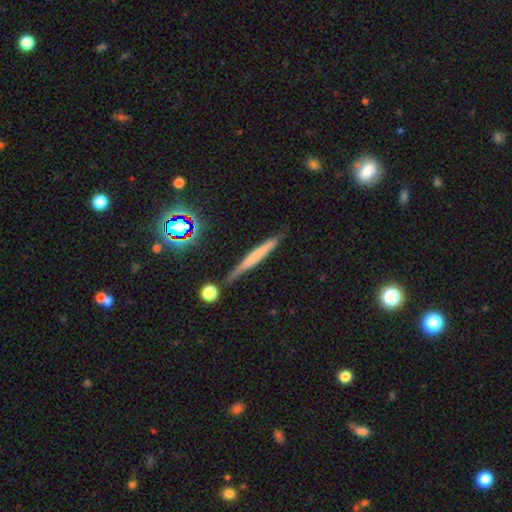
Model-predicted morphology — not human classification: The model was most divided on "smooth or featured": smooth: 55%, featured or disk: 35%, star or artifact: 10%. More confident: how rounded — cigar-shaped (95%); merging — none (79%).